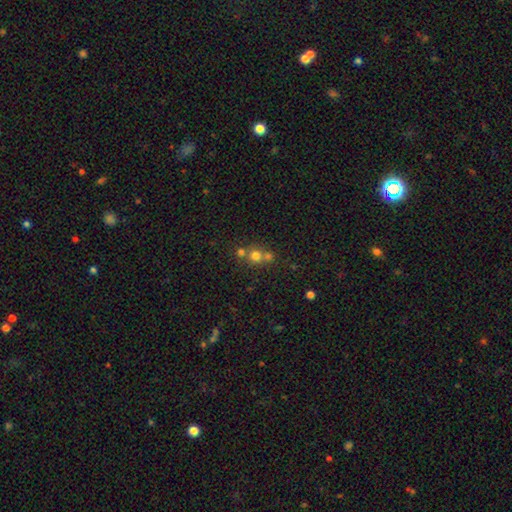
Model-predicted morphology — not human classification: A smooth galaxy with no disk features (70%) that is round (87%).

Vote fractions:
- Smooth or featured? smooth: 70% / star or artifact: 18% / featured or disk: 12%
- How rounded? round: 87% / in between: 12% / cigar-shaped: 1%
- Merging? none: 50% / merger: 41% / minor disturbance: 6% / major disturbance: 3%